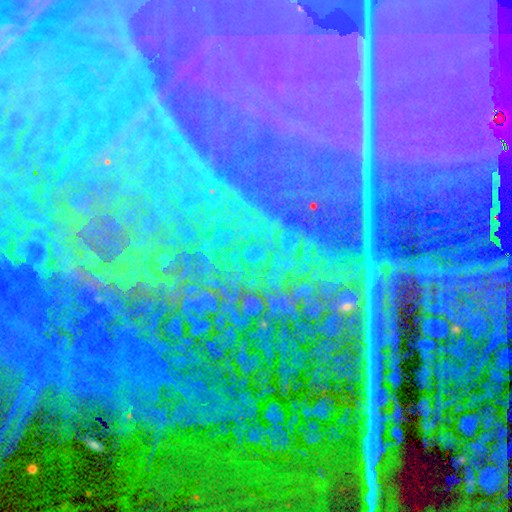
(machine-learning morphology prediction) type=star or artifact (88%).